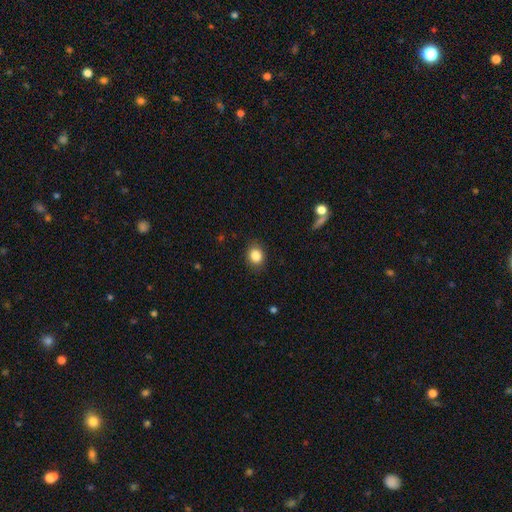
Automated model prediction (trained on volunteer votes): Smooth or featured: smooth — 86% (star or artifact — 10%)
How rounded: round — 62% (in between — 37%)
Merging: none — 85% (minor disturbance — 11%)